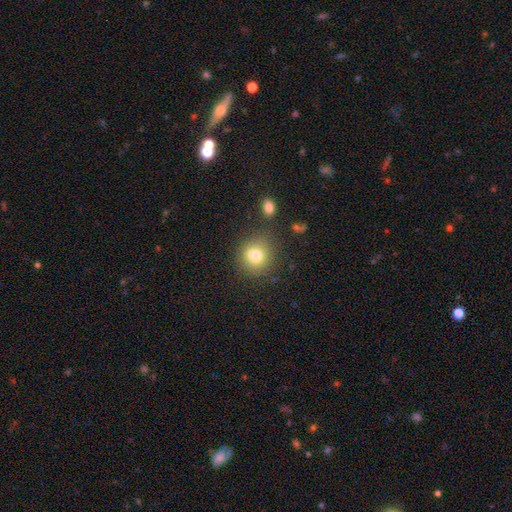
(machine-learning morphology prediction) This appears to be a smooth galaxy with no disk features (73%) that is round (83%). Merging: none (58%).